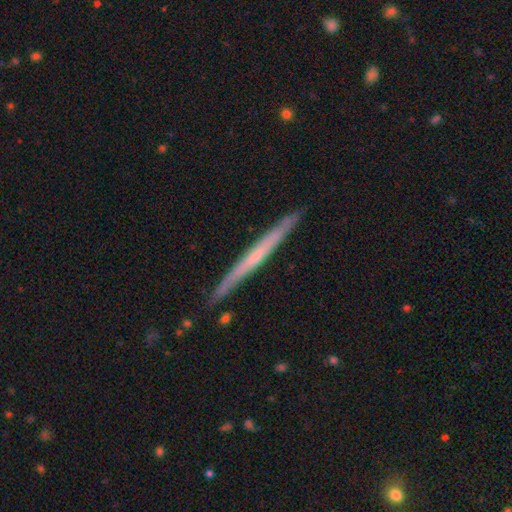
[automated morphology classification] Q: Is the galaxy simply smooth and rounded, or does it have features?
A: featured or disk — 56%.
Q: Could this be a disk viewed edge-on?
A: yes — 96%.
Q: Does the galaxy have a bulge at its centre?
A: none — 78%.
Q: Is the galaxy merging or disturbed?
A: none — 88%.